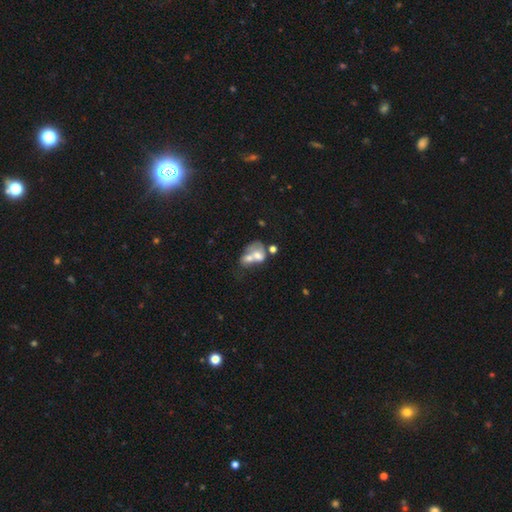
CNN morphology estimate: Smooth or featured: smooth — 53% (featured or disk — 37%)
How rounded: in between — 68% (round — 30%)
Merging: merger — 70% (major disturbance — 12%)